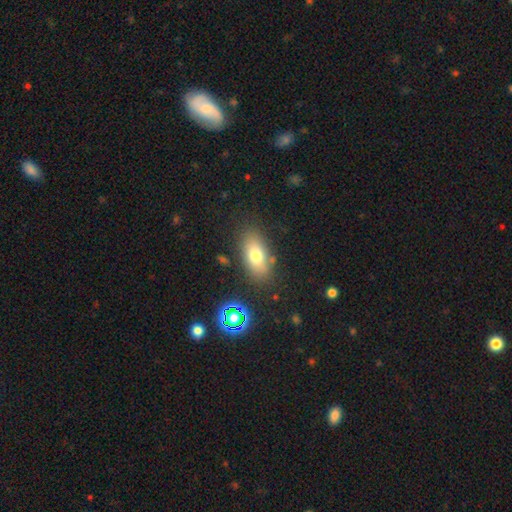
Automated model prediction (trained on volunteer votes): Smooth or featured: smooth — 73% (featured or disk — 16%)
How rounded: in between — 86% (round — 7%)
Merging: none — 79% (minor disturbance — 13%)